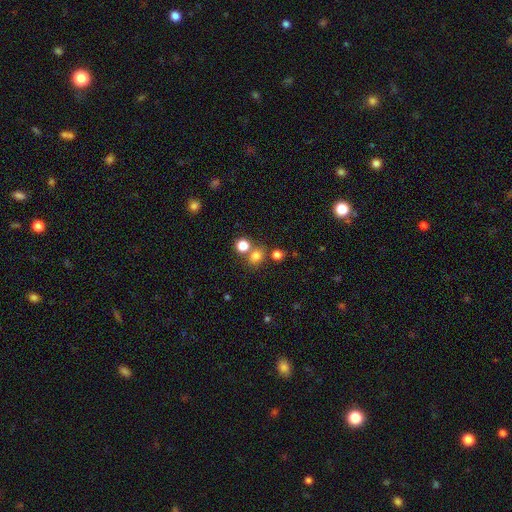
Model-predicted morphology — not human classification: Overall: smooth (75%). How rounded: round (70%). Merging: none (62%; merger 25%).